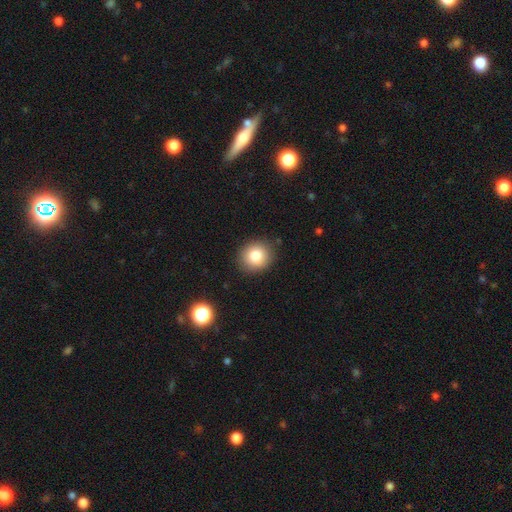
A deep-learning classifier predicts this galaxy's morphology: A smooth galaxy with no disk features (81%) that is round (86%).

Vote fractions:
- Smooth or featured? smooth: 81% / star or artifact: 11% / featured or disk: 8%
- How rounded? round: 86% / in between: 13% / cigar-shaped: 1%
- Merging? none: 88% / minor disturbance: 8% / major disturbance: 2% / merger: 1%